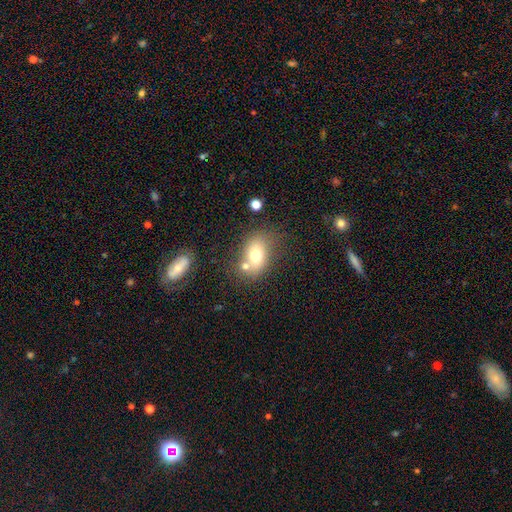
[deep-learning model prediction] Morphology: type=smooth (68%); roundness=in between (74%); merging=none (46%).